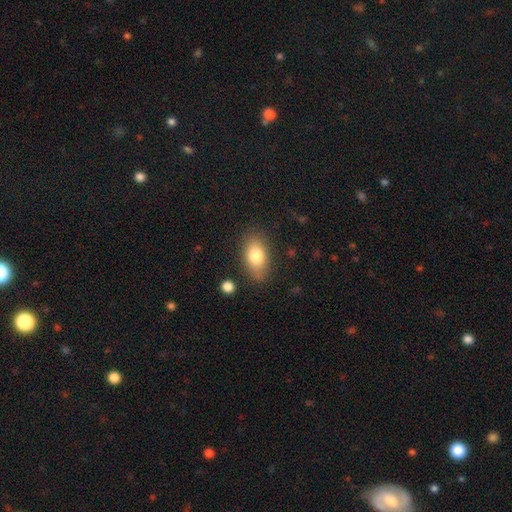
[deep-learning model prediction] Smooth or featured: smooth — 79% (featured or disk — 13%)
How rounded: in between — 89% (round — 7%)
Merging: none — 81% (minor disturbance — 13%)